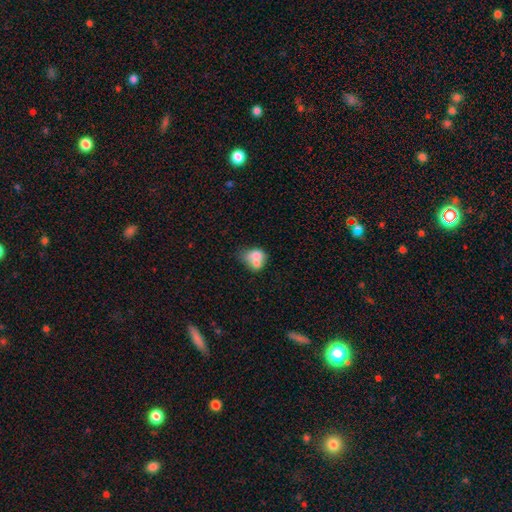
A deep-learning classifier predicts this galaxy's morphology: The model was most divided on "how rounded": in between: 54%, round: 45%, cigar-shaped: 1%. More confident: smooth or featured — smooth (68%); merging — merger (63%).